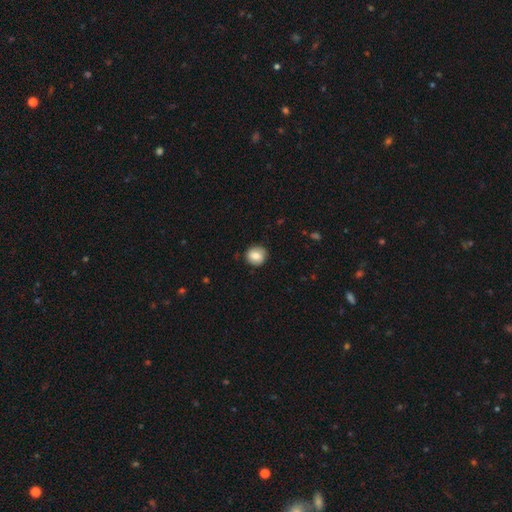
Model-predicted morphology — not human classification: Q: Smooth or featured?
A: smooth (79%); runner-up: featured or disk (13%)
Q: How rounded?
A: round (88%); runner-up: in between (11%)
Q: Merging?
A: none (87%); runner-up: minor disturbance (10%)